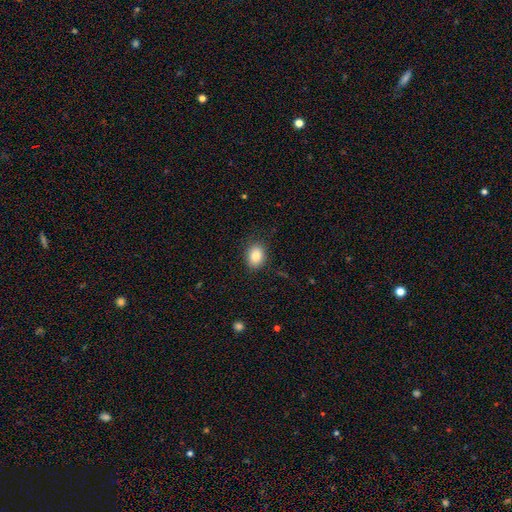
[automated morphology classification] Smooth or featured?
  - smooth: 84% *
  - star or artifact: 9%
  - featured or disk: 7%
How rounded?
  - in between: 59% *
  - round: 40%
  - cigar-shaped: 1%
Merging?
  - none: 87% *
  - minor disturbance: 10%
  - major disturbance: 3%
  - merger: 1%